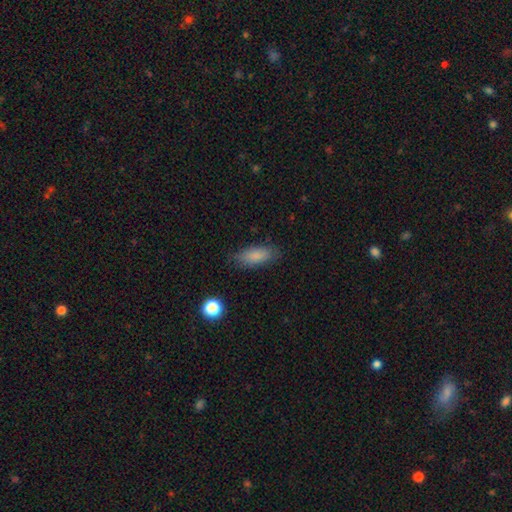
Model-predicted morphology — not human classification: A smooth galaxy with no disk features (84%) that is in between round and cigar-shaped (78%). Merging: none (81%).